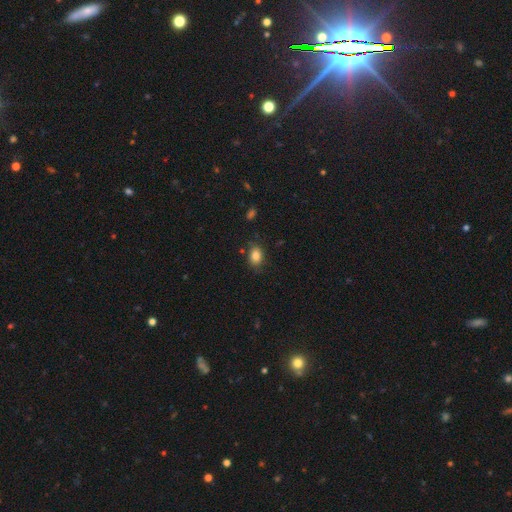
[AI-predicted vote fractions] A smooth galaxy with no disk features (84%) that is in between round and cigar-shaped (74%).

Vote fractions:
- Smooth or featured? smooth: 84% / star or artifact: 9% / featured or disk: 6%
- How rounded? in between: 74% / round: 25% / cigar-shaped: 1%
- Merging? none: 80% / minor disturbance: 14% / major disturbance: 4% / merger: 2%